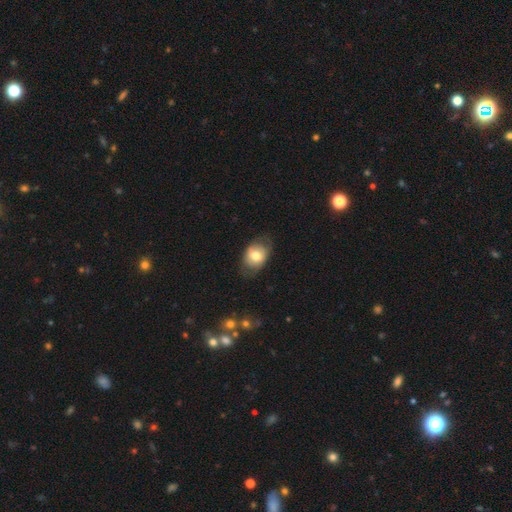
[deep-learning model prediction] Q: Smooth or featured?
A: smooth (70%); runner-up: featured or disk (22%)
Q: How rounded?
A: in between (71%); runner-up: round (28%)
Q: Merging?
A: none (68%); runner-up: minor disturbance (23%)